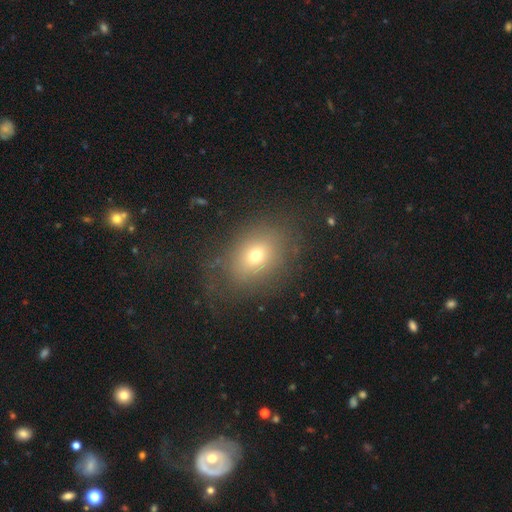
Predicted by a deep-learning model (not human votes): Smooth or featured?
  - smooth: 68% *
  - featured or disk: 17%
  - star or artifact: 16%
How rounded?
  - in between: 62% *
  - round: 37%
  - cigar-shaped: 1%
Merging?
  - none: 72% *
  - minor disturbance: 16%
  - major disturbance: 10%
  - merger: 1%